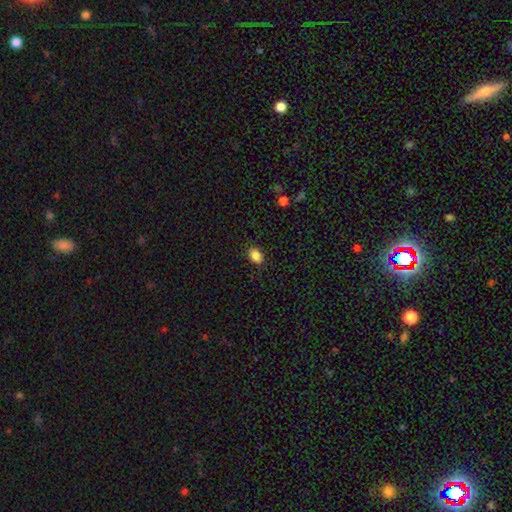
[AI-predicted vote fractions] smooth 87%, star or artifact 9%, featured or disk 4%. Down the decision tree: how rounded — in between (83%); merging — none (86%).